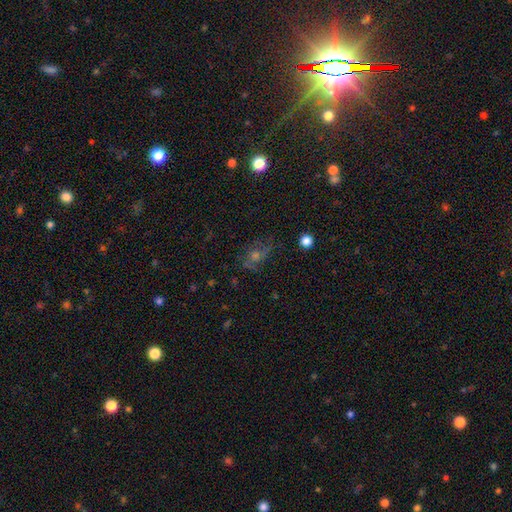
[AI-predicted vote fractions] This is marginally a featured or disk galaxy (42%). Merging: likely none (68%).